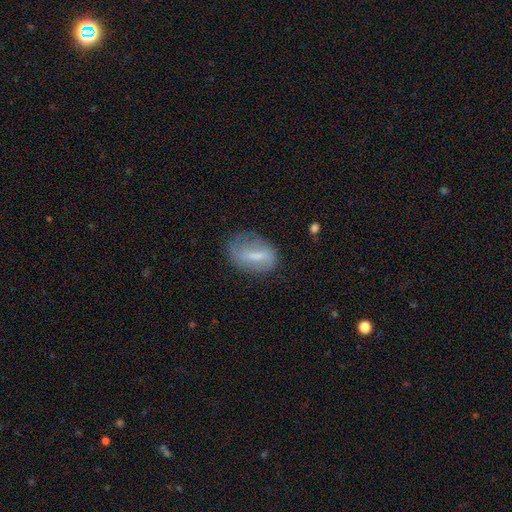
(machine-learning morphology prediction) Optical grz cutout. It shows a smooth galaxy with no disk features (52%) that is in between round and cigar-shaped (80%). Merging: none (59%).